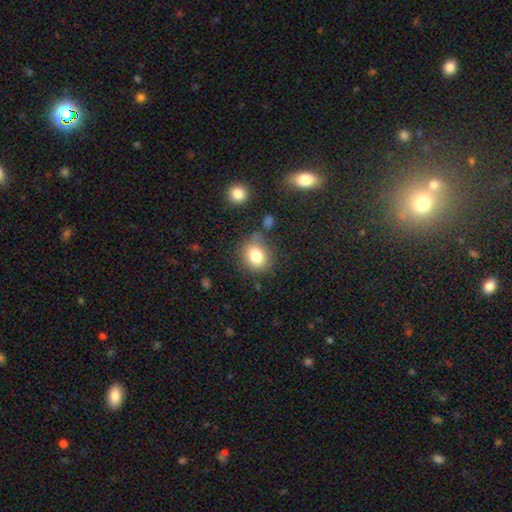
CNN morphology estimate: This appears to be a smooth galaxy with no disk features (81%) that is round (63%). Merging: none (73%).